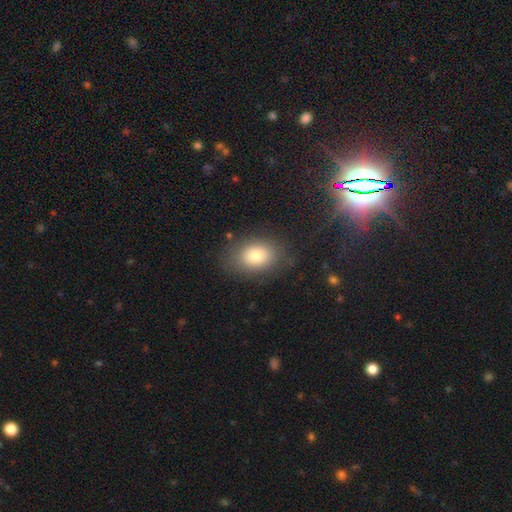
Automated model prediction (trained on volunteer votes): Q: Smooth or featured?
A: smooth (76%); runner-up: featured or disk (13%)
Q: How rounded?
A: in between (73%); runner-up: round (26%)
Q: Merging?
A: none (80%); runner-up: minor disturbance (13%)